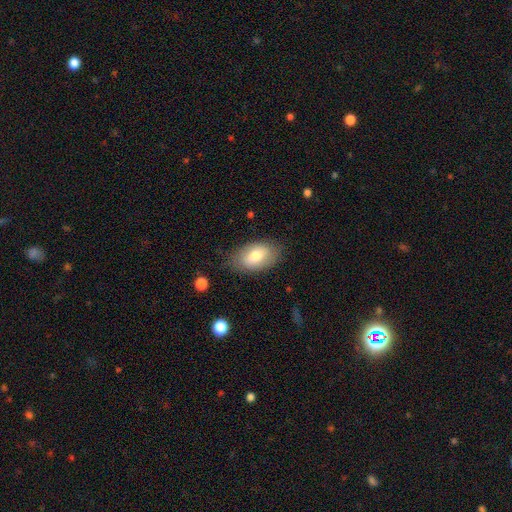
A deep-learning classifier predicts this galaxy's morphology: Smooth or featured? smooth (74%)
How rounded? in between (92%)
Merging? none (78%)